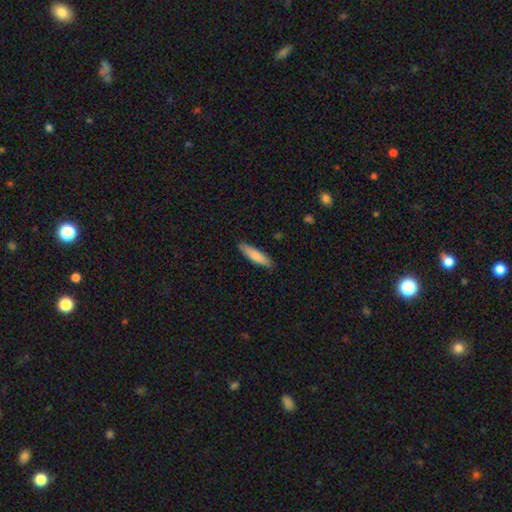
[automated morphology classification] Smooth or featured? Predicted: smooth (p=0.81). How rounded? Predicted: cigar-shaped (p=0.74). Merging? Predicted: none (p=0.87).